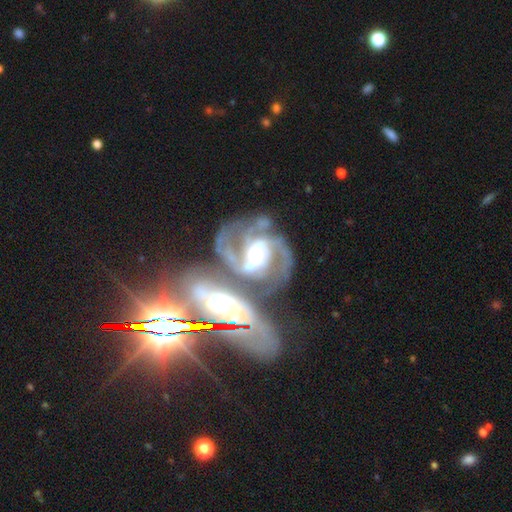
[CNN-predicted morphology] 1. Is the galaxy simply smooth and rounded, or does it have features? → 91% featured or disk, 5% star or artifact, 4% smooth.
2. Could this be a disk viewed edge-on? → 98% no, 2% yes.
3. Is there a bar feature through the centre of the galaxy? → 38% weak, 35% no, 27% strong.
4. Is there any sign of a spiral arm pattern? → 97% yes, 3% no.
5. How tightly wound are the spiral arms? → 52% medium, 33% tight, 15% loose.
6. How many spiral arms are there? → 49% 2, 26% 3, 10% can't tell, 6% 4, 4% 1, 4% more than 4.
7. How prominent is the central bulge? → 53% moderate, 37% small, 7% large, 2% none, 1% dominant.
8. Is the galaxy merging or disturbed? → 64% merger, 17% none, 10% major disturbance, 9% minor disturbance.